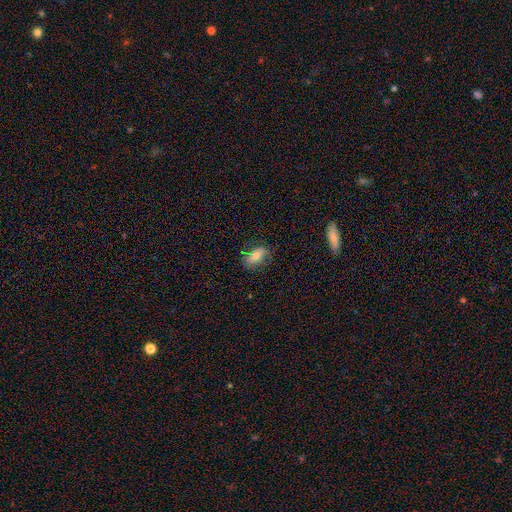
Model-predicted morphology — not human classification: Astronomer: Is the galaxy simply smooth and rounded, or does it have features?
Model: smooth — 66%.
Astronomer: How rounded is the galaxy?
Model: in between — 85%.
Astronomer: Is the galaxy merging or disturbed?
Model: none — 73%.